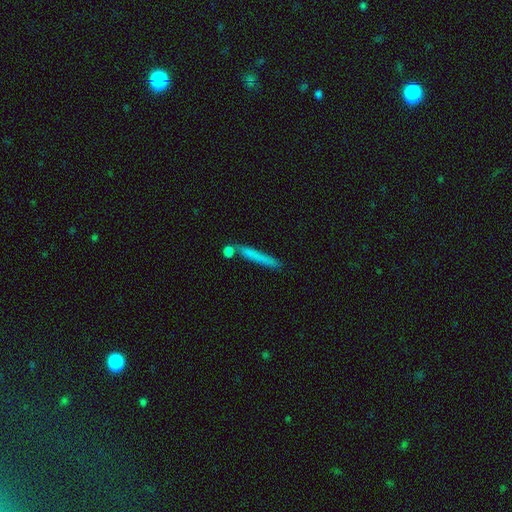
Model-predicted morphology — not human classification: A smooth galaxy with no disk features (67%) that is cigar-shaped (95%).

Vote fractions:
- Smooth or featured? smooth: 67% / featured or disk: 25% / star or artifact: 8%
- How rounded? cigar-shaped: 95% / in between: 3% / round: 2%
- Merging? none: 77% / minor disturbance: 11% / merger: 9% / major disturbance: 3%